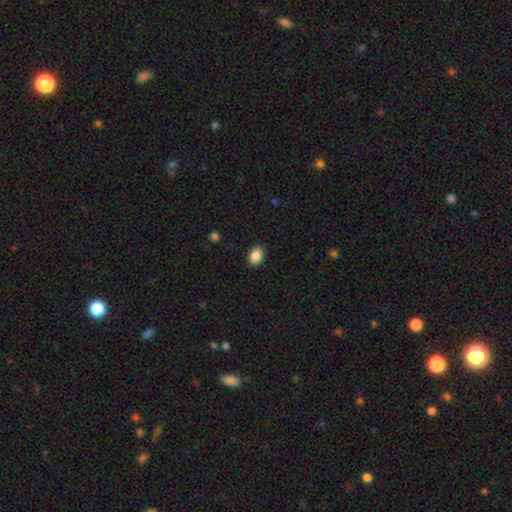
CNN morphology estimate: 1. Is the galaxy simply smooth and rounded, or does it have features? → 88% smooth, 8% star or artifact, 4% featured or disk.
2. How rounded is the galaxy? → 78% in between, 21% round, 1% cigar-shaped.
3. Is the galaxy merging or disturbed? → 89% none, 8% minor disturbance, 2% major disturbance, 1% merger.